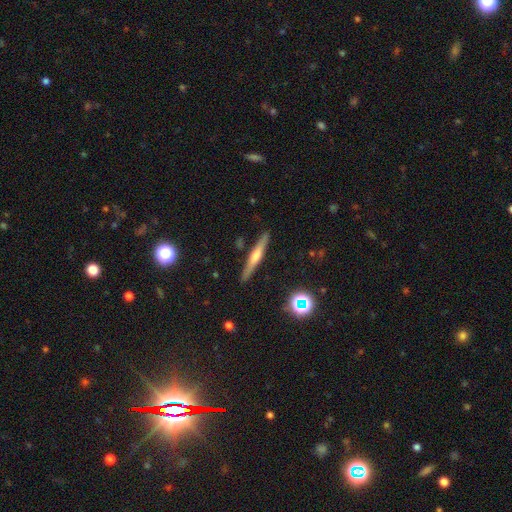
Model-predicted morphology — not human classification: smooth-or-featured: featured or disk: 61% | smooth: 30% | star or artifact: 8%
  disk-edge-on: yes: 97% | no: 3%
    edge-on-bulge: rounded: 73% | boxy: 14% | none: 13%
  merging: none: 89% | minor disturbance: 8% | major disturbance: 2% | merger: 2%